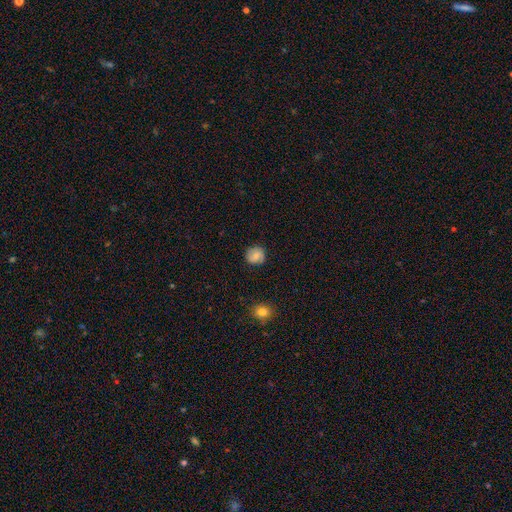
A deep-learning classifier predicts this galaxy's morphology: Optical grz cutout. It shows a smooth galaxy with no disk features (73%) that is round (86%). Merging: none (82%).